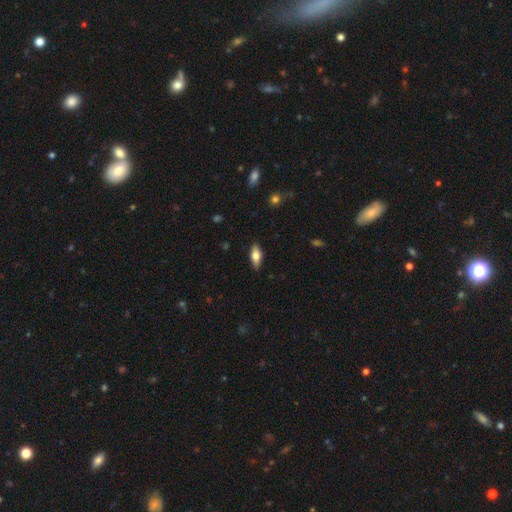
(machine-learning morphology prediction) Overall: smooth (68%). How rounded: in between (79%). Merging: none (88%).